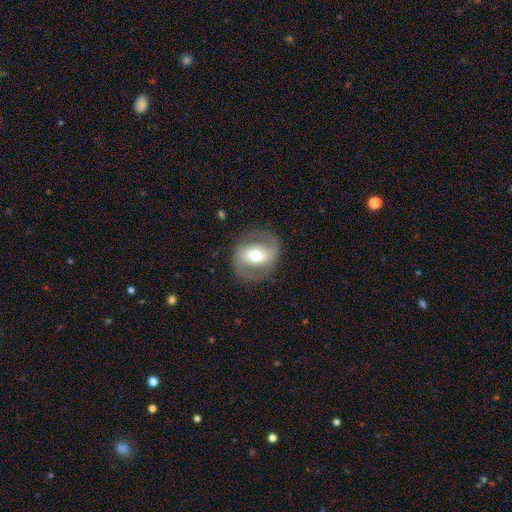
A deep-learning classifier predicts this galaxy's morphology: type=featured or disk (74%); edge-on=no (95%); bar=strong (39%); spiral arms=yes (78%); winding=medium (50%); arm count=2 (88%); bulge=moderate (71%); merging=none (79%).